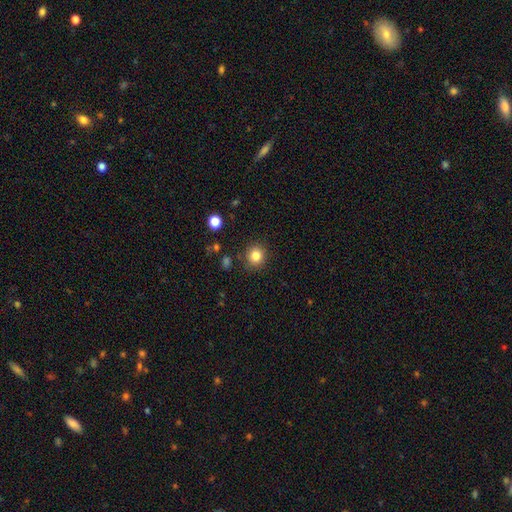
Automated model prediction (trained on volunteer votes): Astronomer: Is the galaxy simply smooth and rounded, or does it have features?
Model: smooth — 84%.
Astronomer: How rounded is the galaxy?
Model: round — 87%.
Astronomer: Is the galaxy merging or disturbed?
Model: none — 87%.